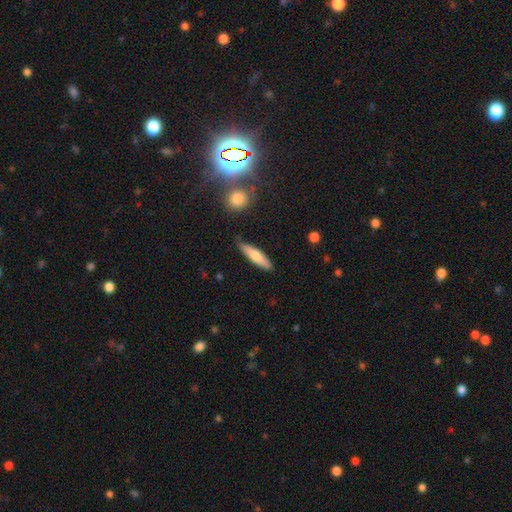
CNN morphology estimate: Smooth or featured? smooth (68%)
How rounded? cigar-shaped (73%)
Merging? none (81%)